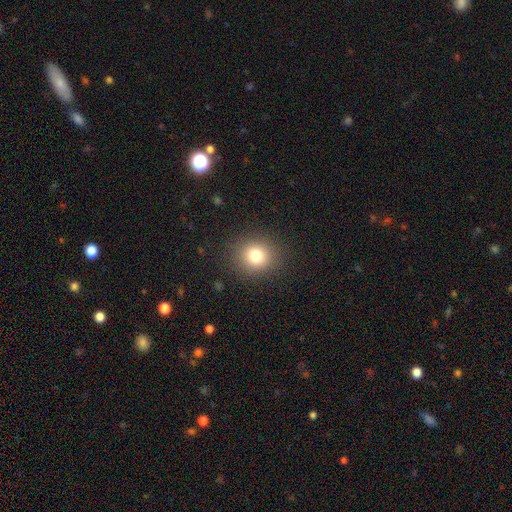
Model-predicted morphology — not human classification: smooth 78%, star or artifact 13%, featured or disk 9%. Down the decision tree: how rounded — round (81%); merging — none (88%).